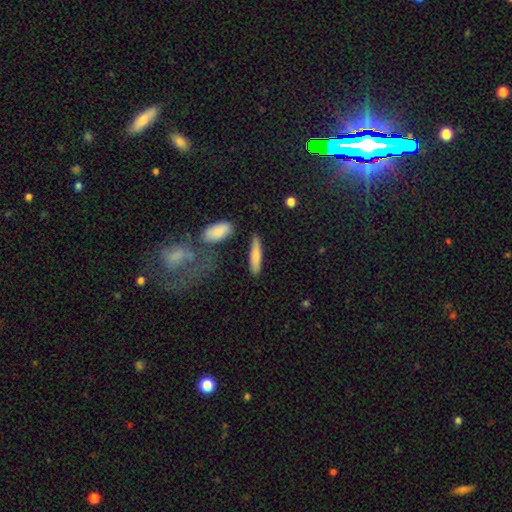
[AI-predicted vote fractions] Smooth or featured?
  - smooth: 74% *
  - featured or disk: 20%
  - star or artifact: 6%
How rounded?
  - cigar-shaped: 78% *
  - in between: 20%
  - round: 2%
Merging?
  - none: 83% *
  - minor disturbance: 10%
  - merger: 4%
  - major disturbance: 3%